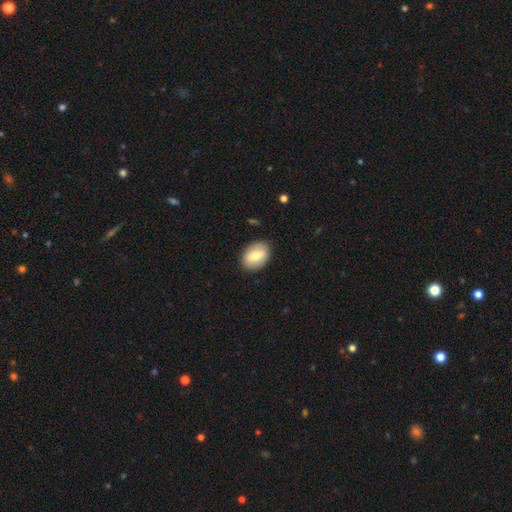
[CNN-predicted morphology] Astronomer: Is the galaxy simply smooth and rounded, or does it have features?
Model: smooth — 72%.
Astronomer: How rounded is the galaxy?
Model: in between — 77%.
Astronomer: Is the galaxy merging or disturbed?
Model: none — 88%.